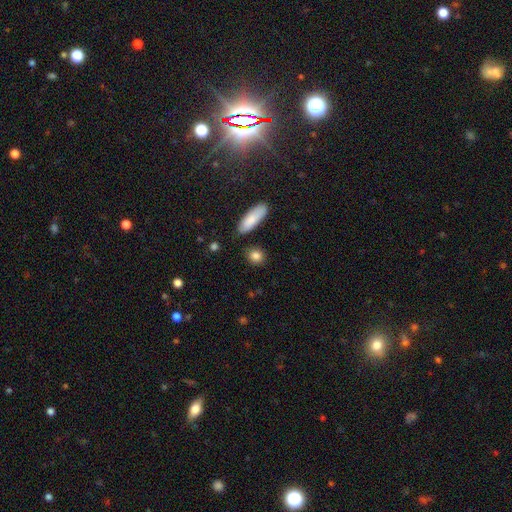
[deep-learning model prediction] Q: Smooth or featured?
A: smooth (86%); runner-up: star or artifact (8%)
Q: How rounded?
A: round (58%); runner-up: in between (35%)
Q: Merging?
A: none (84%); runner-up: minor disturbance (10%)